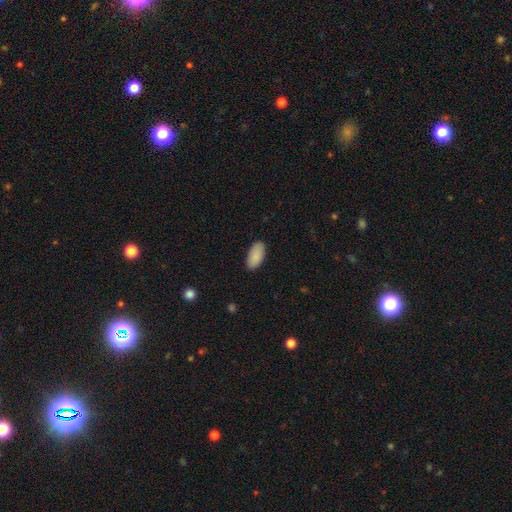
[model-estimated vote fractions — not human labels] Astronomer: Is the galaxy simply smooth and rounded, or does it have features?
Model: smooth — 89%.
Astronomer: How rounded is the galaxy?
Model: in between — 94%.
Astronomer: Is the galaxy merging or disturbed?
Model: none — 87%.